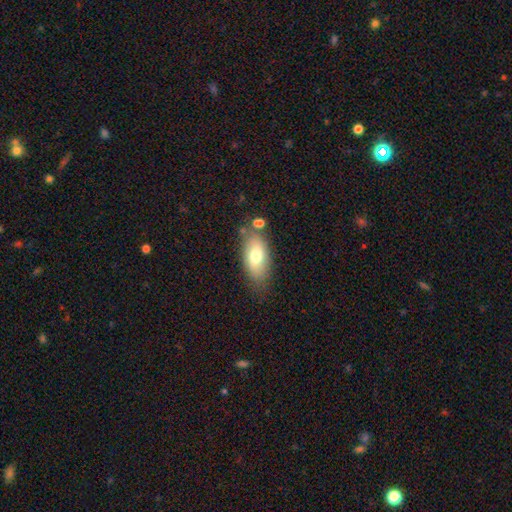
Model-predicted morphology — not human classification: The model was most divided on "smooth or featured": smooth: 71%, featured or disk: 21%, star or artifact: 7%. More confident: how rounded — in between (89%); merging — none (71%).